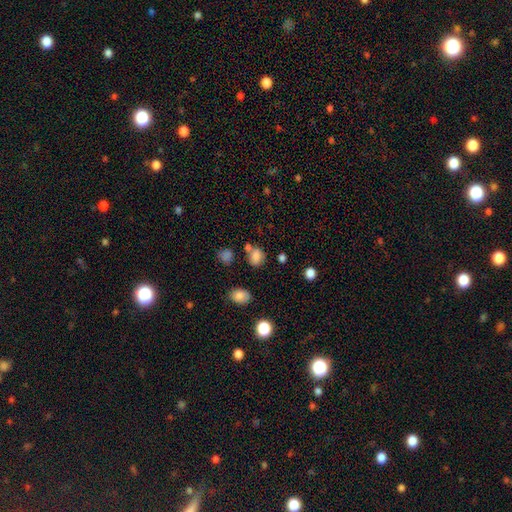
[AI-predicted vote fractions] This appears to be a smooth galaxy with no disk features (77%) that is in between round and cigar-shaped (53%). Merging: none (60%).